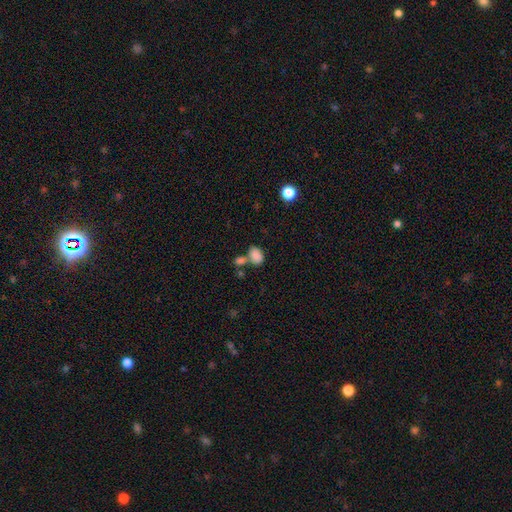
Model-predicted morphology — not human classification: The model was most divided on "merging": none: 42%, merger: 40%, minor disturbance: 12%, major disturbance: 5%. More confident: how rounded — in between (86%); smooth or featured — smooth (84%).